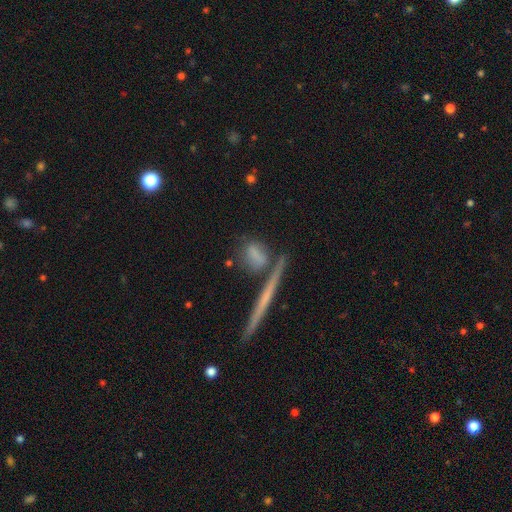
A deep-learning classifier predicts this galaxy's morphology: Overall: smooth (66%). How rounded: cigar-shaped (36%; in between 35%). Merging: none (61%).